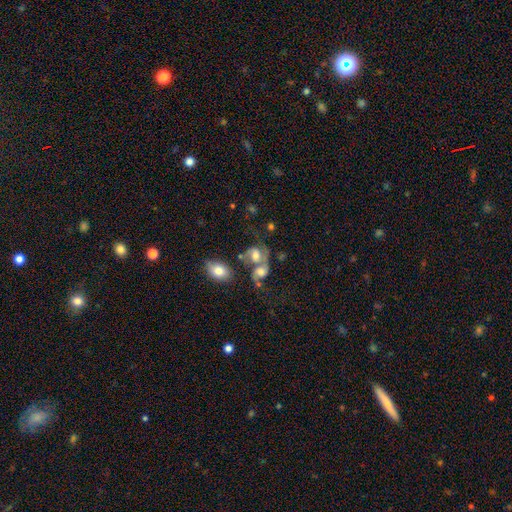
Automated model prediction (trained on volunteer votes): Morphology: type=featured or disk (59%); edge-on=no (97%); bar=no (65%); spiral arms=yes (84%); bulge=moderate (50%); merging=merger (53%).